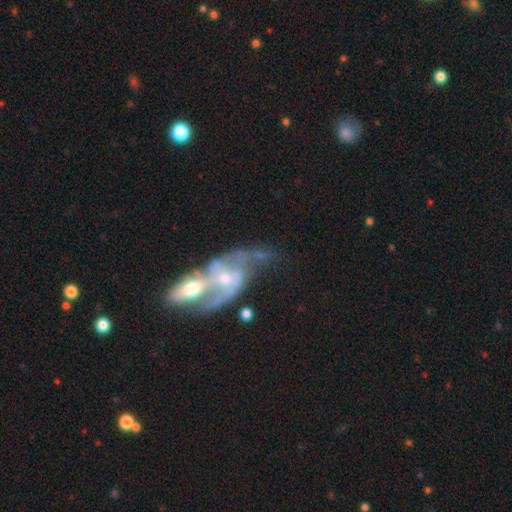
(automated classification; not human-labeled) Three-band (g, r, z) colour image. It shows a featured or disk galaxy (78%) with no bar (55%), 2 (69%) loose (50%) spiral arms (82%) and a small central bulge (46%). Merging: merger (64%).